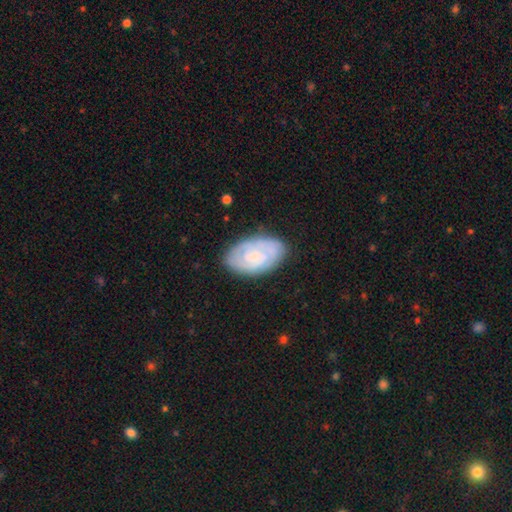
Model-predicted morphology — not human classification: type=featured or disk (53%); edge-on=no (95%); bar=no (75%); spiral arms=yes (70%); bulge=small (60%); merging=none (78%).